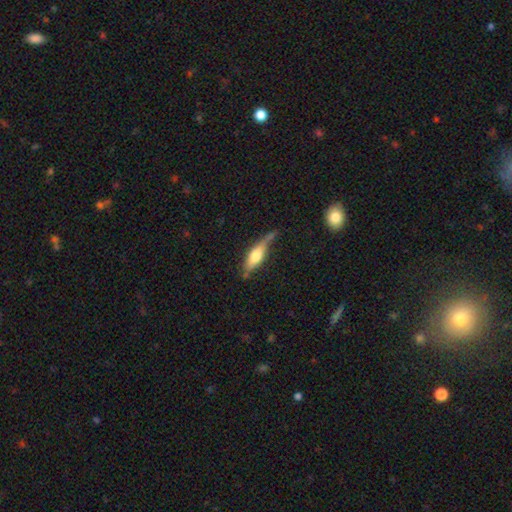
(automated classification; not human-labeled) A smooth galaxy with no disk features (49%).

Vote fractions:
- Smooth or featured? smooth: 49% / featured or disk: 45% / star or artifact: 6%
- Merging? none: 49% / minor disturbance: 33% / major disturbance: 13% / merger: 6%